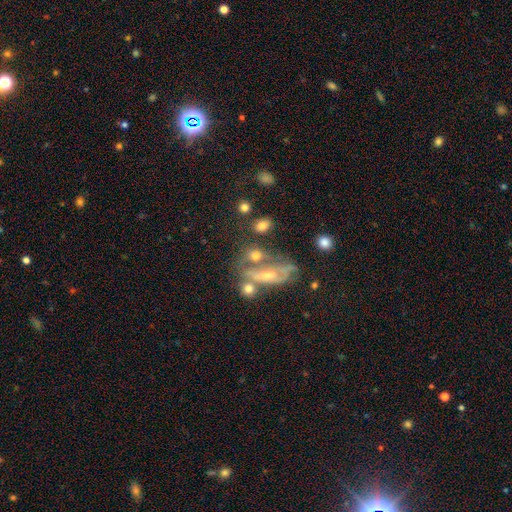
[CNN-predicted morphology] Smooth or featured: smooth — 52% (featured or disk — 34%)
How rounded: in between — 65% (round — 28%)
Merging: merger — 38% (none — 29%)